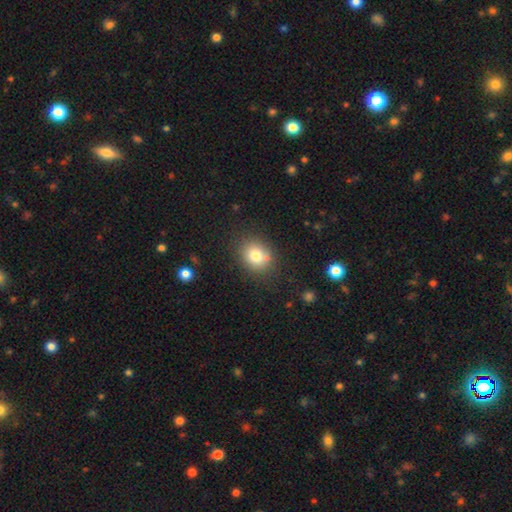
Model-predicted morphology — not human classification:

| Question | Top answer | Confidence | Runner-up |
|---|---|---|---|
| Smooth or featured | smooth | 78% | star or artifact (12%) |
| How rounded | round | 64% | in between (35%) |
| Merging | none | 77% | minor disturbance (13%) |